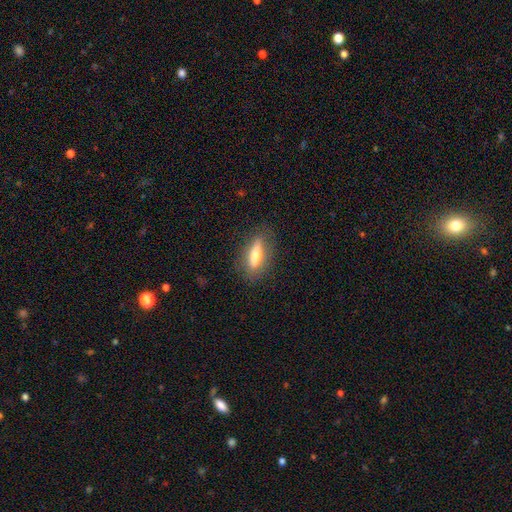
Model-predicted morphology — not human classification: Overall: smooth (58%; featured or disk 35%). How rounded: cigar-shaped (52%; in between 45%). Merging: none (83%).